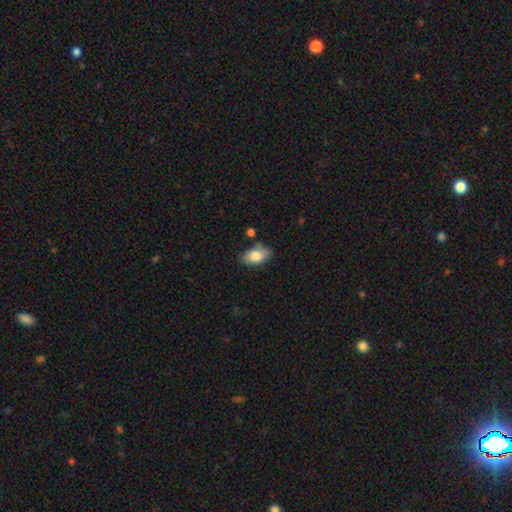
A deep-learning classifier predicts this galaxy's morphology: Smooth or featured? Predicted: smooth (p=0.82). How rounded? Predicted: in between (p=0.93). Merging? Predicted: none (p=0.70).